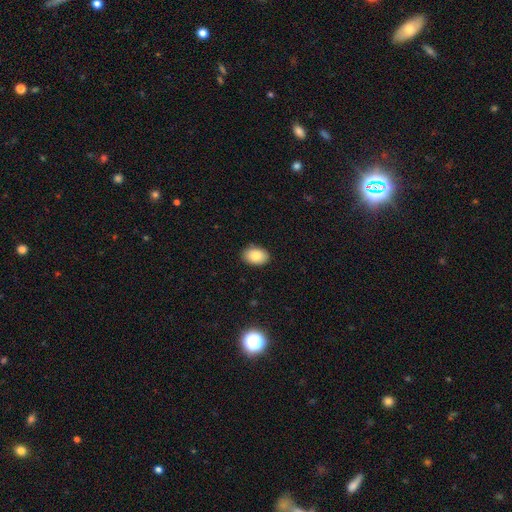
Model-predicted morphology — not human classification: This is clearly a smooth galaxy (86%). How rounded: clearly in between (84%). Merging: clearly none (88%).